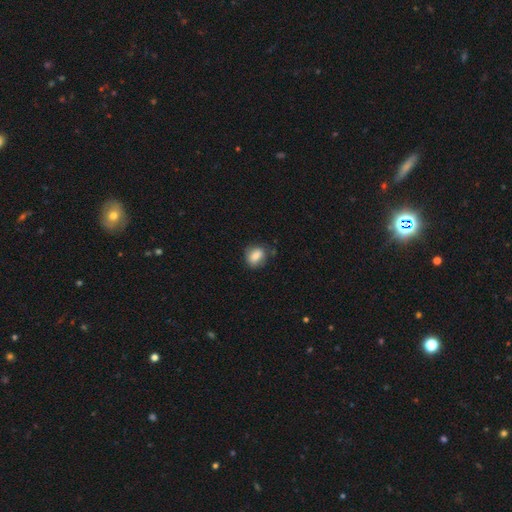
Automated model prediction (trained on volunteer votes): smooth-or-featured: smooth: 77% | featured or disk: 15% | star or artifact: 8%
  how-rounded: in between: 52% | round: 47% | cigar-shaped: 1%
  merging: none: 71% | minor disturbance: 21% | major disturbance: 6% | merger: 2%